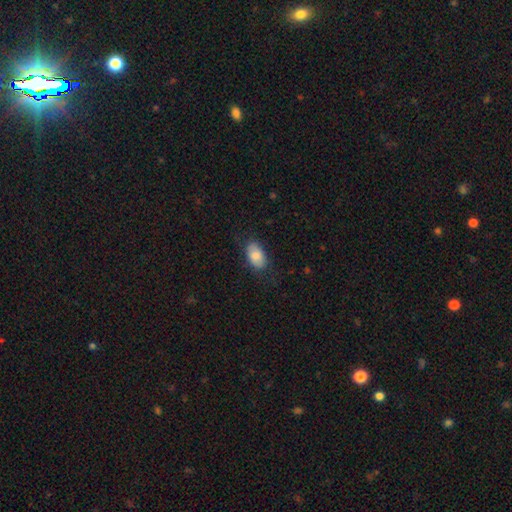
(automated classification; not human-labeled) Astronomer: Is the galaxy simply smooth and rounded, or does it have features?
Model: smooth — 81%.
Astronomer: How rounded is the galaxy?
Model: in between — 92%.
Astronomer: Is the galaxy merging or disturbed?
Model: none — 73%.